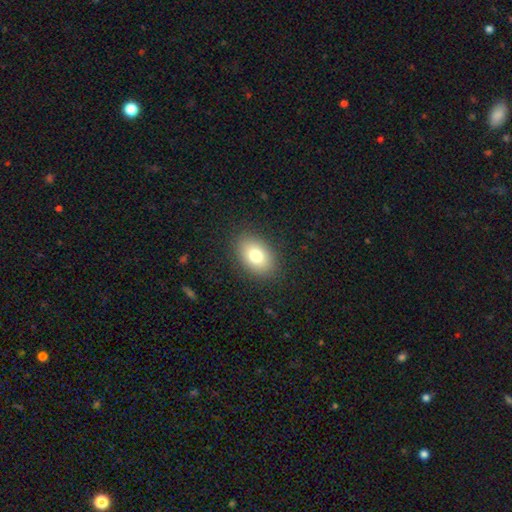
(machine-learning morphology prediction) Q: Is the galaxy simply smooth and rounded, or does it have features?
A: smooth — 79%.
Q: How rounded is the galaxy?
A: in between — 82%.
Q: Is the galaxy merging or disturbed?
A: none — 87%.